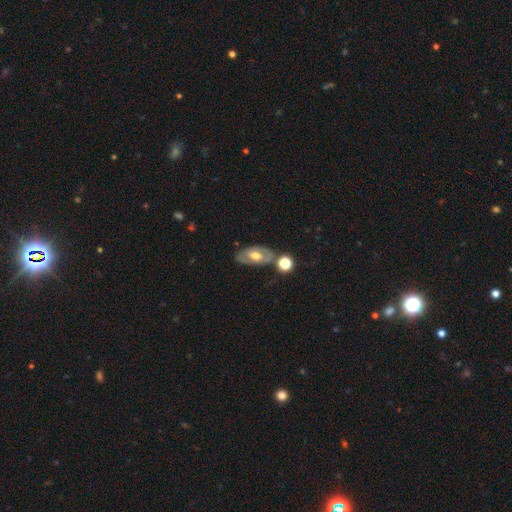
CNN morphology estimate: type=featured or disk (58%); edge-on=no (87%); merging=none (66%).